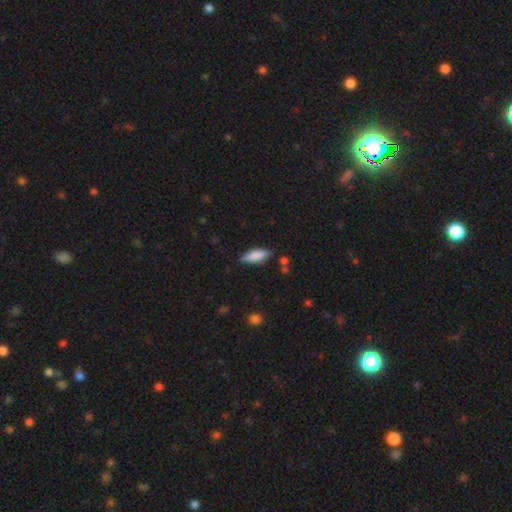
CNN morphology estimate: Overall: smooth (78%). How rounded: in between (53%; cigar-shaped 45%). Merging: none (81%).